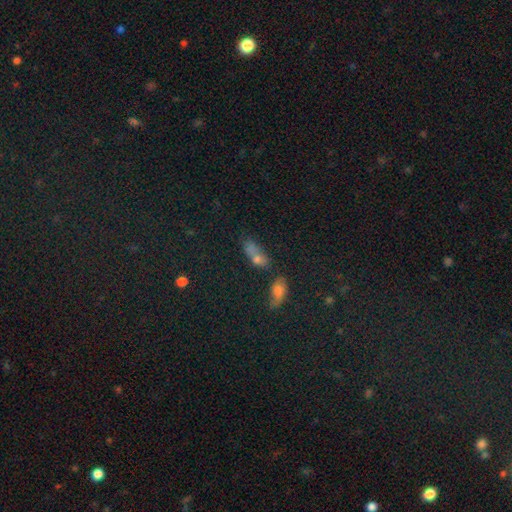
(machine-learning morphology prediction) Q: Smooth or featured?
A: smooth (64%); runner-up: star or artifact (19%)
Q: How rounded?
A: in between (69%); runner-up: round (18%)
Q: Merging?
A: merger (46%); runner-up: none (30%)